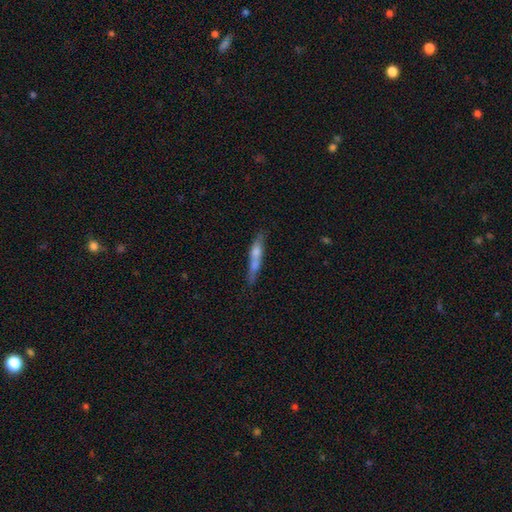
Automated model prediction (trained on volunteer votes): smooth-or-featured: smooth: 51% | featured or disk: 41% | star or artifact: 8%
  how-rounded: cigar-shaped: 89% | in between: 9% | round: 2%
  merging: none: 59% | minor disturbance: 20% | merger: 14% | major disturbance: 7%